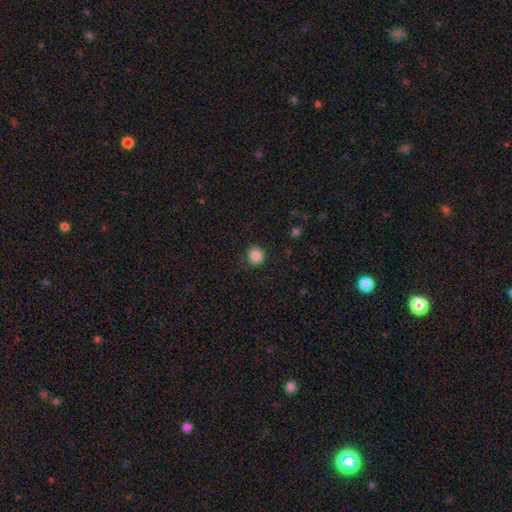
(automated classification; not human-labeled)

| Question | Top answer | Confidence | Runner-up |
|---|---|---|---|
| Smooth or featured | smooth | 86% | star or artifact (10%) |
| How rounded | round | 88% | in between (11%) |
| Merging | none | 83% | minor disturbance (12%) |